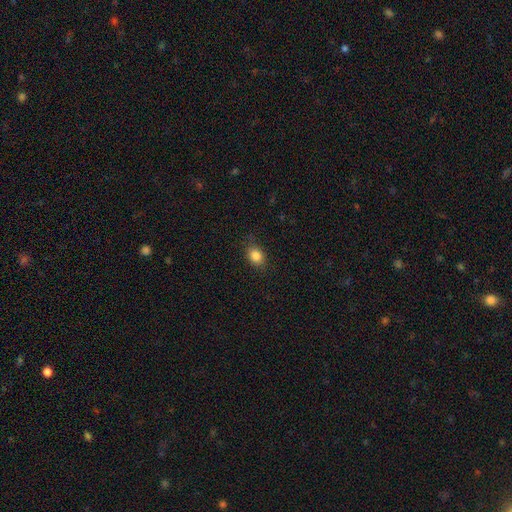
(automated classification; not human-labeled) Smooth or featured? Predicted: smooth (p=0.85). How rounded? Predicted: in between (p=0.60). Merging? Predicted: none (p=0.82).